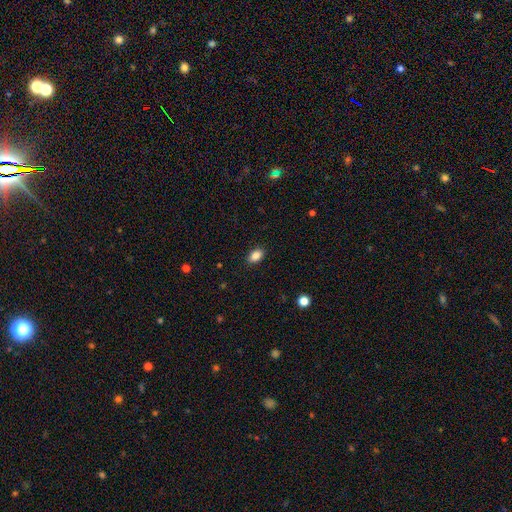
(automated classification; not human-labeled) Morphology: type=smooth (86%); roundness=in between (86%); merging=none (89%).